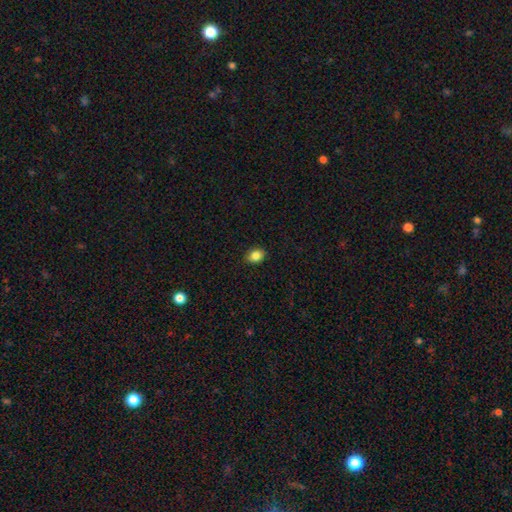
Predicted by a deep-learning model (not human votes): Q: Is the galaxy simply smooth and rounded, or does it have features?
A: smooth — 86%.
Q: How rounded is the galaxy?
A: in between — 64%.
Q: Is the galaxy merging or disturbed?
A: none — 89%.